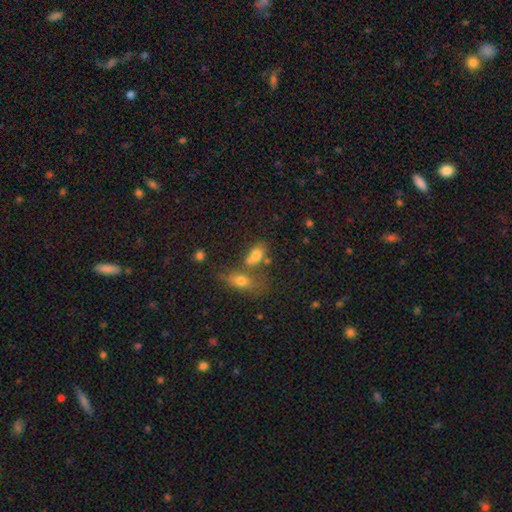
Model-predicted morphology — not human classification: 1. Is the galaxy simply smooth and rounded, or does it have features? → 76% smooth, 12% featured or disk, 12% star or artifact.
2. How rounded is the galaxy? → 83% in between, 13% round, 4% cigar-shaped.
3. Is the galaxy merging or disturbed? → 42% merger, 39% none, 12% minor disturbance, 6% major disturbance.